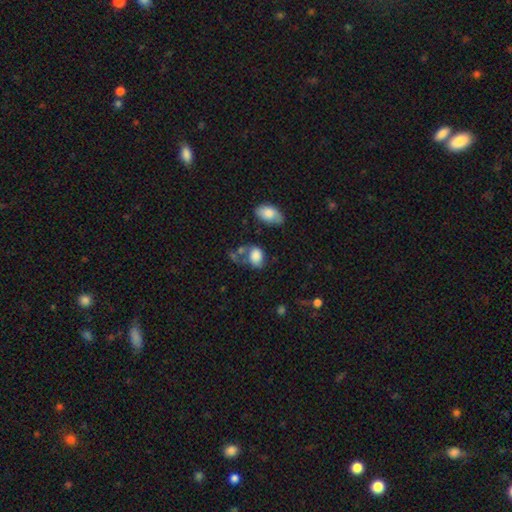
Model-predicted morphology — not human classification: smooth 80%, featured or disk 11%, star or artifact 9%. Down the decision tree: how rounded — in between (72%); merging — none (36%).